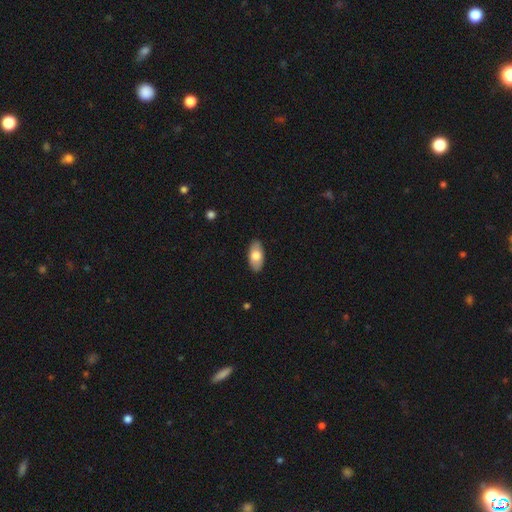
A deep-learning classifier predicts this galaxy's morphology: type=smooth (75%); roundness=in between (93%); merging=none (89%).